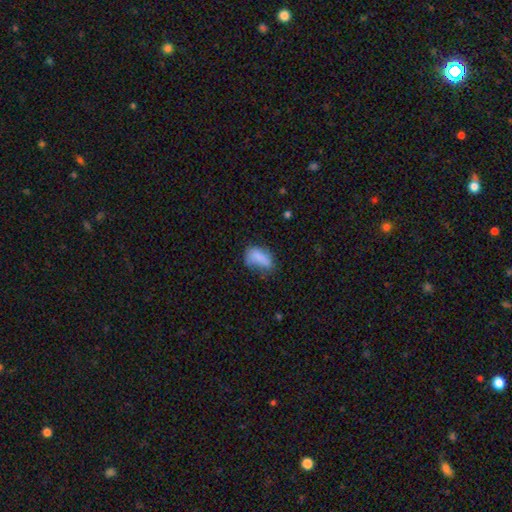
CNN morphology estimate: A smooth galaxy with no disk features (78%) that is in between round and cigar-shaped (84%). Merging: none (42%).